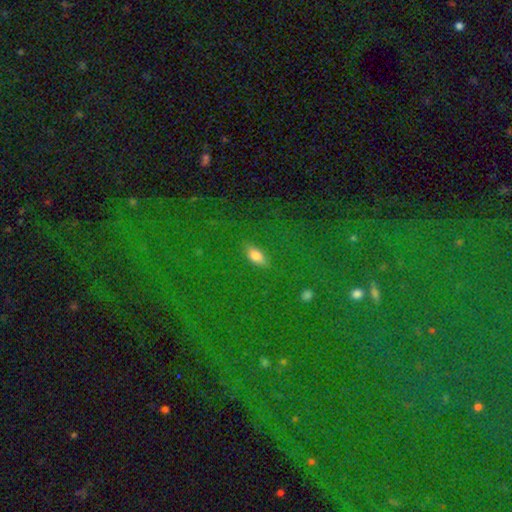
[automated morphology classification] Smooth or featured?
  - smooth: 77% *
  - star or artifact: 13%
  - featured or disk: 10%
How rounded?
  - in between: 84% *
  - cigar-shaped: 10%
  - round: 6%
Merging?
  - none: 86% *
  - minor disturbance: 9%
  - major disturbance: 3%
  - merger: 2%